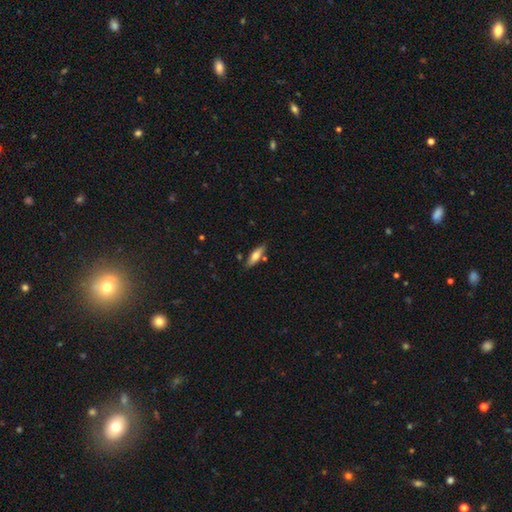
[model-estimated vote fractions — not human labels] smooth-or-featured: smooth: 64% | featured or disk: 30% | star or artifact: 6%
  how-rounded: cigar-shaped: 51% | in between: 47% | round: 2%
  merging: none: 79% | minor disturbance: 13% | merger: 6% | major disturbance: 2%